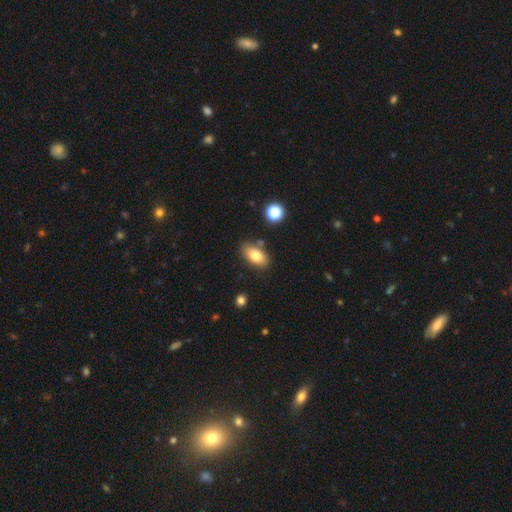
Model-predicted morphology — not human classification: A smooth galaxy with no disk features (79%) that is in between round and cigar-shaped (90%).

Vote fractions:
- Smooth or featured? smooth: 79% / featured or disk: 13% / star or artifact: 8%
- How rounded? in between: 90% / round: 7% / cigar-shaped: 4%
- Merging? none: 78% / minor disturbance: 13% / merger: 6% / major disturbance: 3%